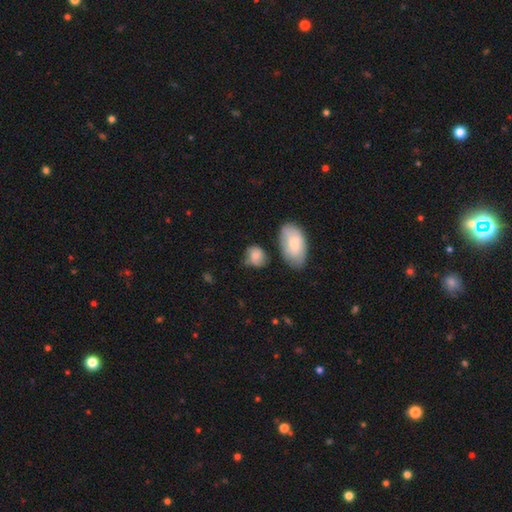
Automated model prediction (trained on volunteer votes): Smooth or featured: smooth — 73% (featured or disk — 18%)
How rounded: in between — 50% (round — 48%)
Merging: none — 50% (minor disturbance — 29%)